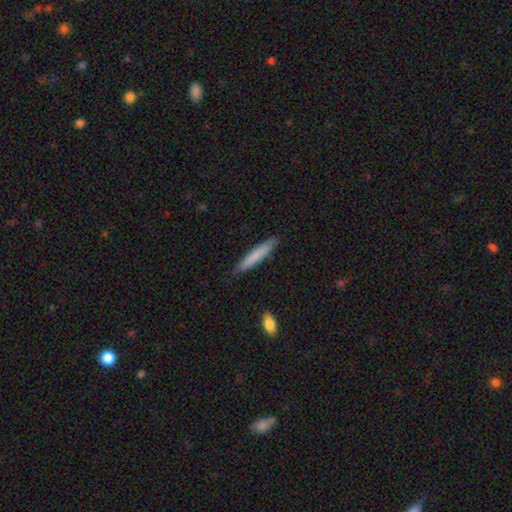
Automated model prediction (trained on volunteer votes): Q: Smooth or featured?
A: smooth (76%); runner-up: featured or disk (18%)
Q: How rounded?
A: cigar-shaped (94%); runner-up: in between (5%)
Q: Merging?
A: none (88%); runner-up: minor disturbance (9%)